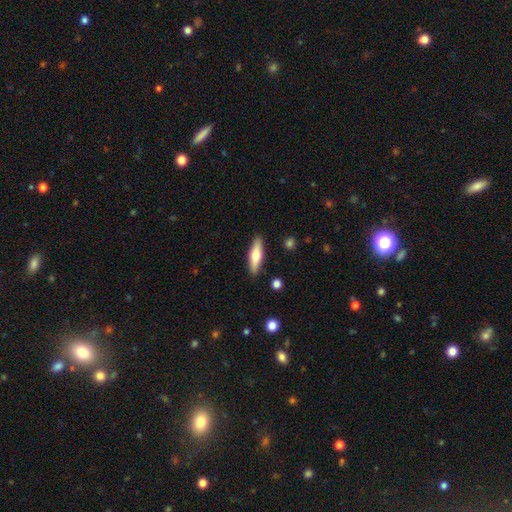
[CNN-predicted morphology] This is possibly a smooth galaxy (59%). How rounded: possibly cigar-shaped (60%). Merging: clearly none (89%).